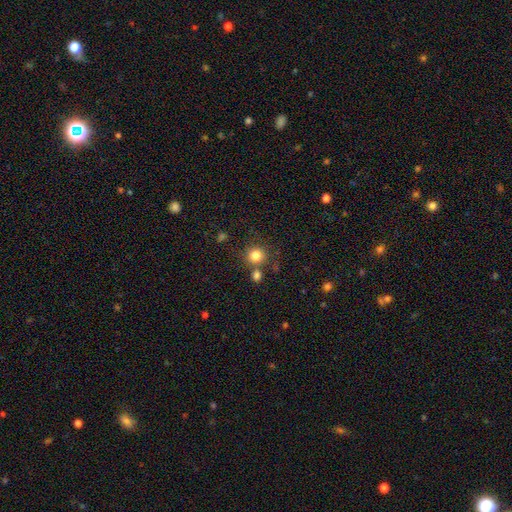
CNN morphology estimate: Smooth or featured: smooth — 81% (star or artifact — 12%)
How rounded: round — 92% (in between — 7%)
Merging: none — 73% (merger — 15%)